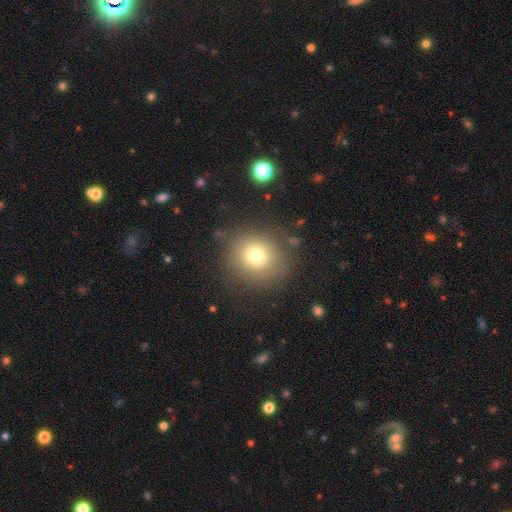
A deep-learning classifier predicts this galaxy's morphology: A smooth galaxy with no disk features (74%) that is round (88%). Merging: none (82%).